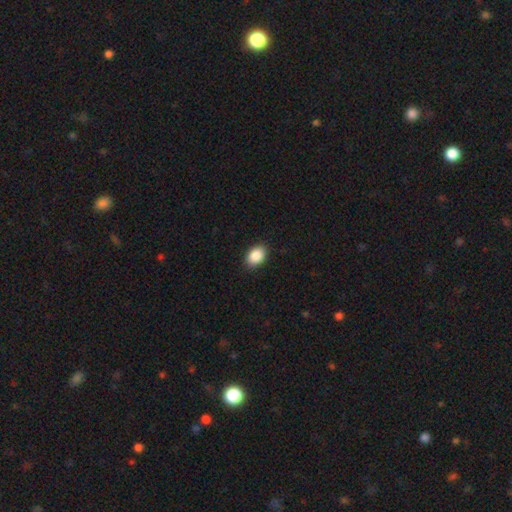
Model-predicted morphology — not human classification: Smooth or featured: smooth — 88% (star or artifact — 8%)
How rounded: in between — 83% (round — 15%)
Merging: none — 89% (minor disturbance — 8%)